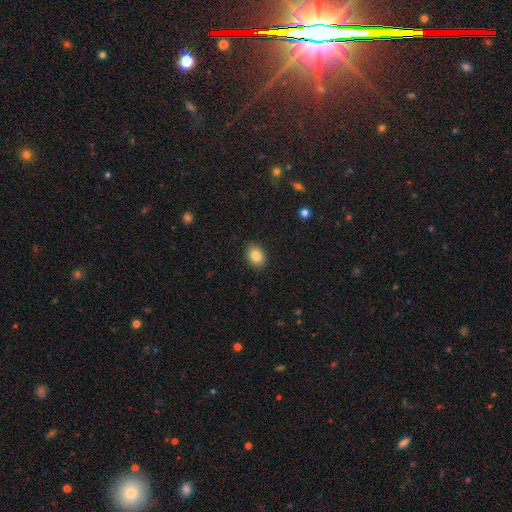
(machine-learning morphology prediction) The model was most divided on "how rounded": in between: 68%, round: 31%, cigar-shaped: 1%. More confident: merging — none (90%); smooth or featured — smooth (85%).